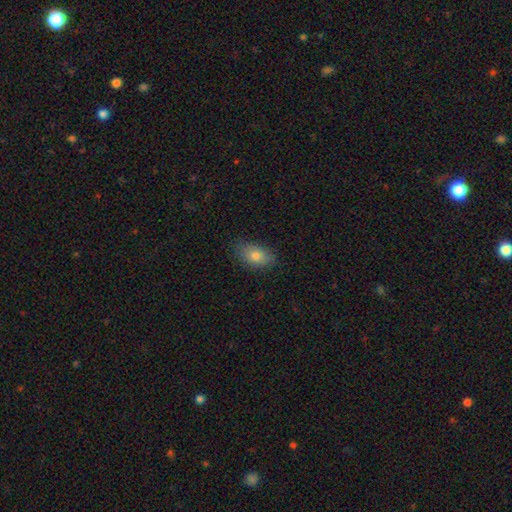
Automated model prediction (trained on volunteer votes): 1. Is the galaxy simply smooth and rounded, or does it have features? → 80% smooth, 11% featured or disk, 8% star or artifact.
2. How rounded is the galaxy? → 89% in between, 8% round, 3% cigar-shaped.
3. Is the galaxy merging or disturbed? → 83% none, 13% minor disturbance, 3% major disturbance, 1% merger.